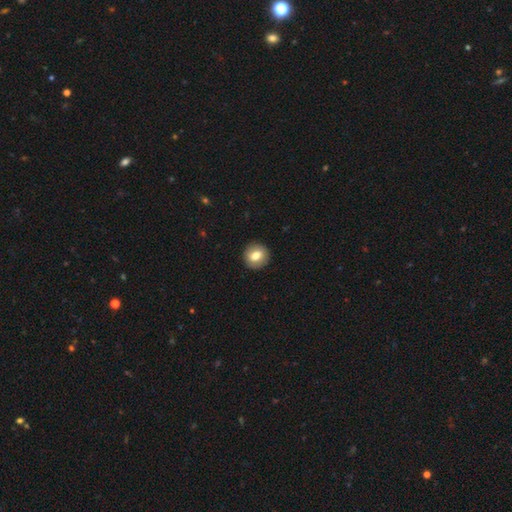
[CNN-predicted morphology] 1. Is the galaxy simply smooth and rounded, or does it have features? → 74% smooth, 18% featured or disk, 8% star or artifact.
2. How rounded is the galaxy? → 85% round, 14% in between, 1% cigar-shaped.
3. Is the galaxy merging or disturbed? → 91% none, 6% minor disturbance, 2% major disturbance, 1% merger.